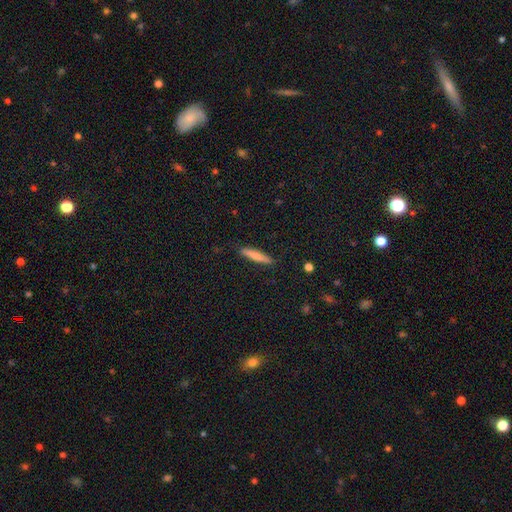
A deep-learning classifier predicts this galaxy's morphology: smooth 72%, featured or disk 22%, star or artifact 6%. Down the decision tree: how rounded — cigar-shaped (89%); merging — none (88%).